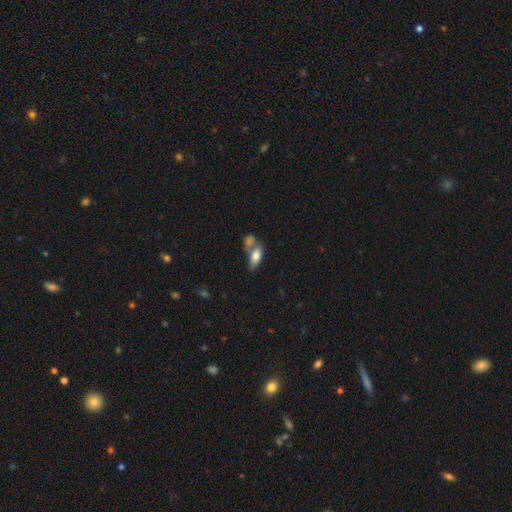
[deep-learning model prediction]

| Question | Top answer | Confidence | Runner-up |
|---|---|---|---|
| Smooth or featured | smooth | 77% | featured or disk (15%) |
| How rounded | in between | 84% | cigar-shaped (11%) |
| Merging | merger | 42% | none (38%) |